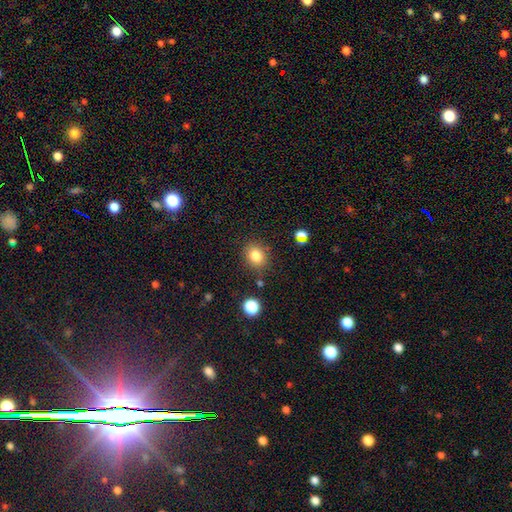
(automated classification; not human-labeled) Overall: smooth (82%). How rounded: round (67%; in between 32%). Merging: none (83%).